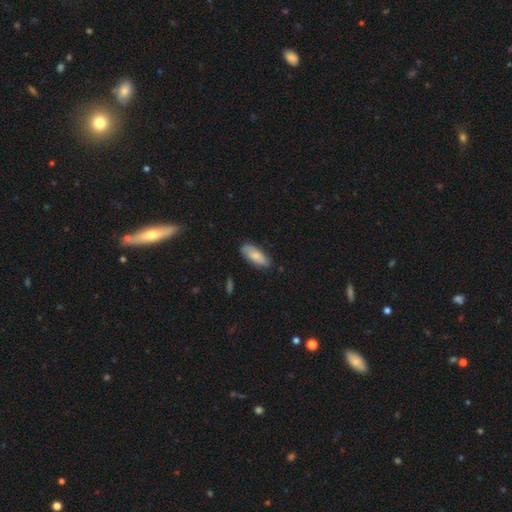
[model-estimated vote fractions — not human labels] A smooth galaxy with no disk features (75%) that is in between round and cigar-shaped (80%). Merging: none (77%).